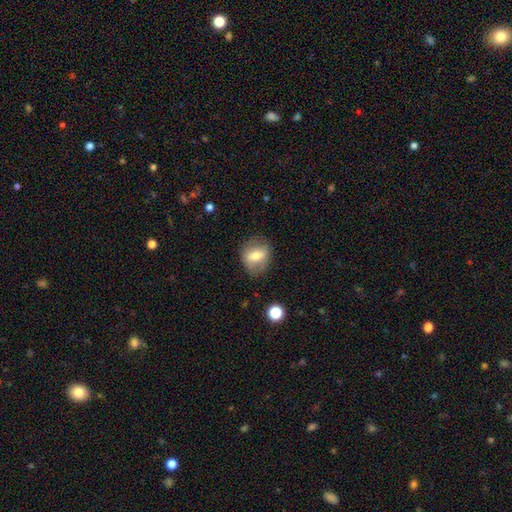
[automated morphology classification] Smooth or featured? Predicted: smooth (p=0.59). How rounded? Predicted: round (p=0.50). Merging? Predicted: none (p=0.79).